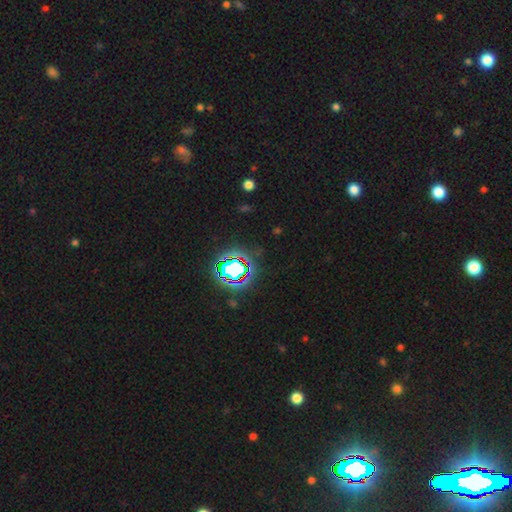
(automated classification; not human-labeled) Q: Smooth or featured?
A: star or artifact (81%); runner-up: smooth (11%)